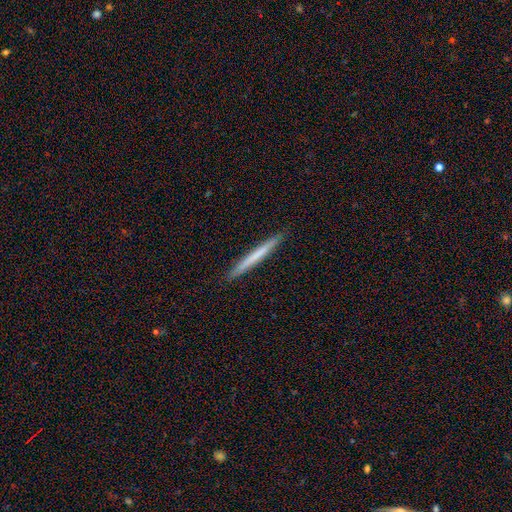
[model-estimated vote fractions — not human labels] This is possibly a smooth galaxy (59%). How rounded: clearly cigar-shaped (97%). Merging: clearly none (92%).